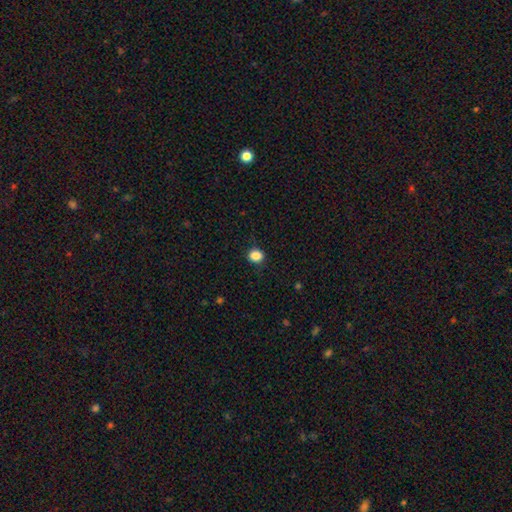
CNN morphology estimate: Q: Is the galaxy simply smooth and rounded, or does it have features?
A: smooth — 86%.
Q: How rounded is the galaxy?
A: round — 77%.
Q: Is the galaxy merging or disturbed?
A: none — 88%.